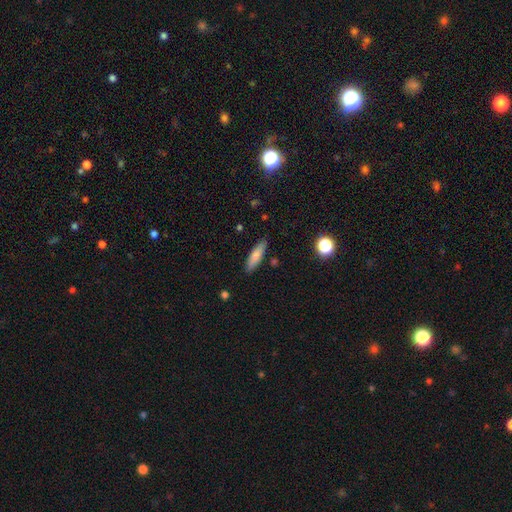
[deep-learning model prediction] Smooth or featured? Predicted: smooth (p=0.77). How rounded? Predicted: cigar-shaped (p=0.67). Merging? Predicted: none (p=0.86).